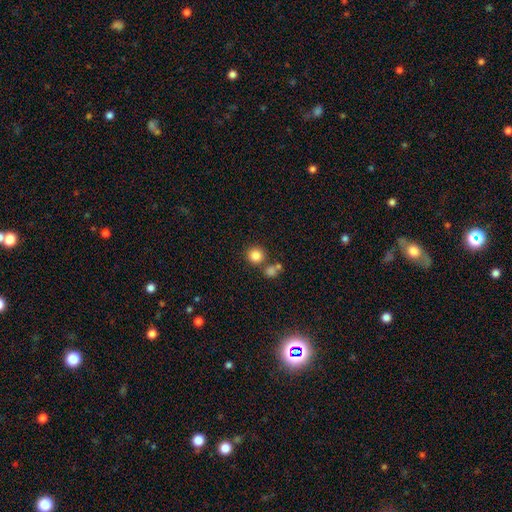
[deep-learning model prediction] Morphology: type=smooth (83%); roundness=round (93%); merging=none (74%).